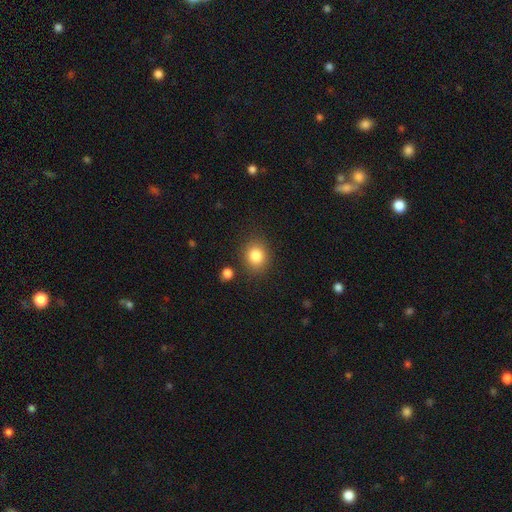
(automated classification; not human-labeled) This appears to be a smooth galaxy with no disk features (84%) that is round (73%). Merging: none (83%).